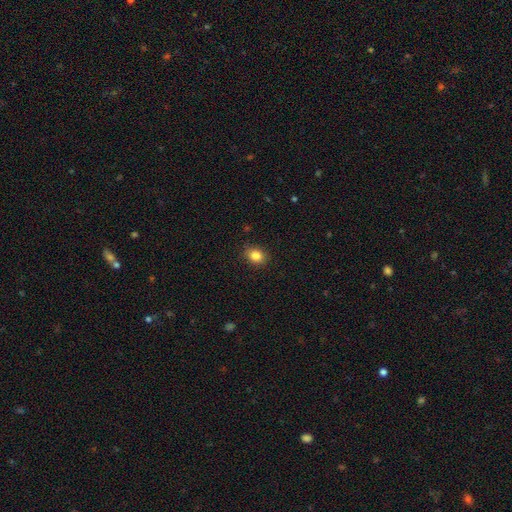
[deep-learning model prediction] smooth 85%, star or artifact 10%, featured or disk 5%. Down the decision tree: how rounded — in between (53%); merging — none (87%).